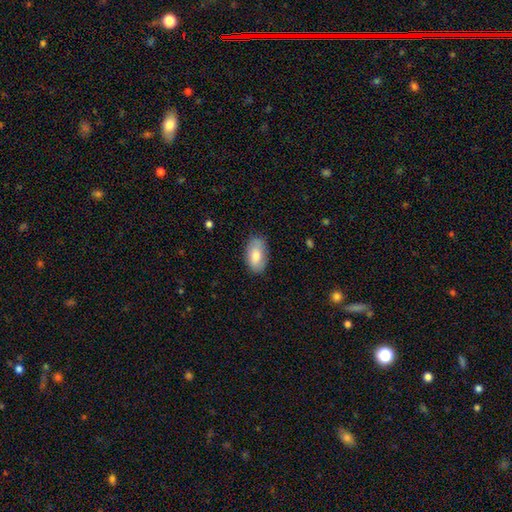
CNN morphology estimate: smooth_or_featured: smooth (p=0.78) [alt: featured or disk p=0.16]
how_rounded: in between (p=0.94) [alt: round p=0.05]
merging: none (p=0.79) [alt: minor disturbance p=0.16]